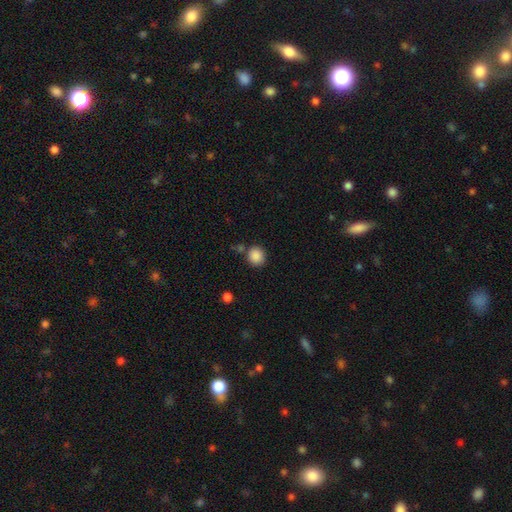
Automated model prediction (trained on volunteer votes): Smooth or featured? smooth (88%)
How rounded? round (87%)
Merging? none (78%)